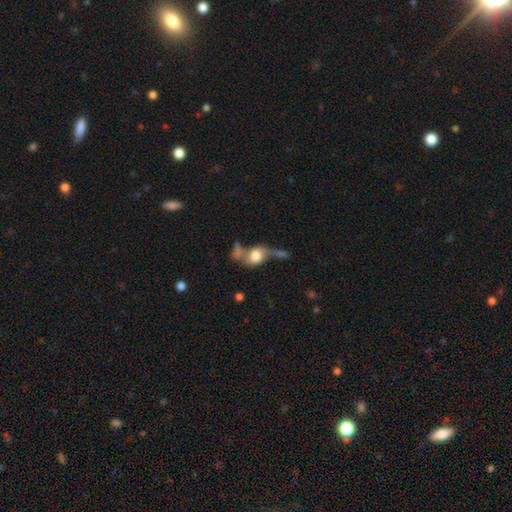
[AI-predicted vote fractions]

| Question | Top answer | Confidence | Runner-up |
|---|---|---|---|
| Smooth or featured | smooth | 57% | featured or disk (32%) |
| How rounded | in between | 60% | round (35%) |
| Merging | merger | 39% | none (24%) |